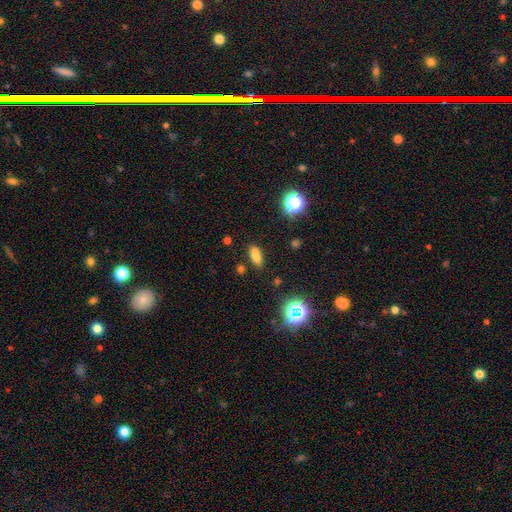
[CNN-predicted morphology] smooth-or-featured: smooth: 72% | star or artifact: 17% | featured or disk: 11%
  how-rounded: in between: 73% | cigar-shaped: 20% | round: 7%
  merging: none: 79% | minor disturbance: 12% | merger: 5% | major disturbance: 4%